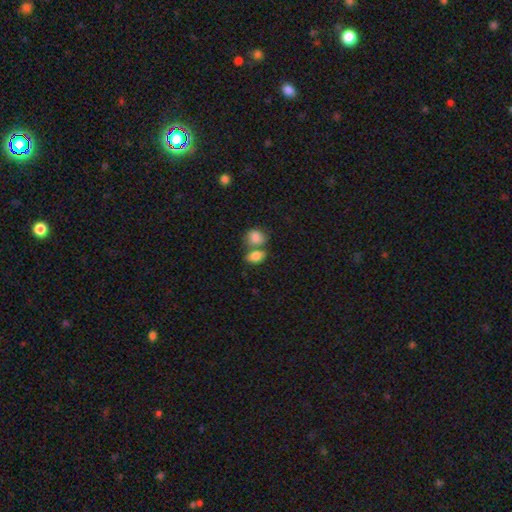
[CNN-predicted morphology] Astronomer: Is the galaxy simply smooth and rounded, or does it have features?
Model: smooth — 82%.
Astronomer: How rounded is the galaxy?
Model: in between — 74%.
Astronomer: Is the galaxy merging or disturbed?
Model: merger — 48% (runner-up: none, 36%).